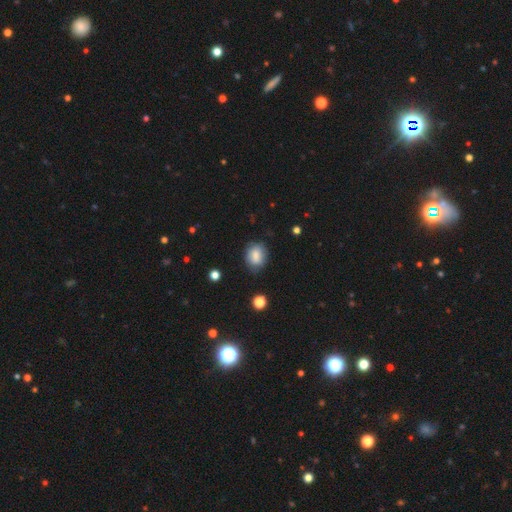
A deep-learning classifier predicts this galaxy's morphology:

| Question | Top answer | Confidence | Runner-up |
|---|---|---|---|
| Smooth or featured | smooth | 81% | featured or disk (10%) |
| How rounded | in between | 56% | round (42%) |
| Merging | none | 76% | minor disturbance (18%) |